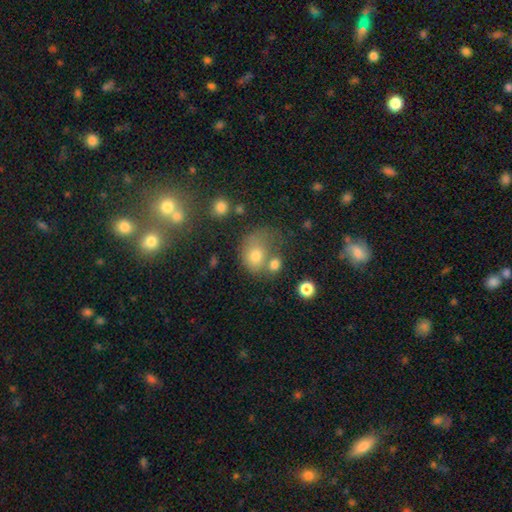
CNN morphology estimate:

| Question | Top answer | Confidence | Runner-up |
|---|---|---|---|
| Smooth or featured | smooth | 68% | featured or disk (17%) |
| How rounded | round | 51% | in between (48%) |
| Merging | none | 32% | merger (27%) |